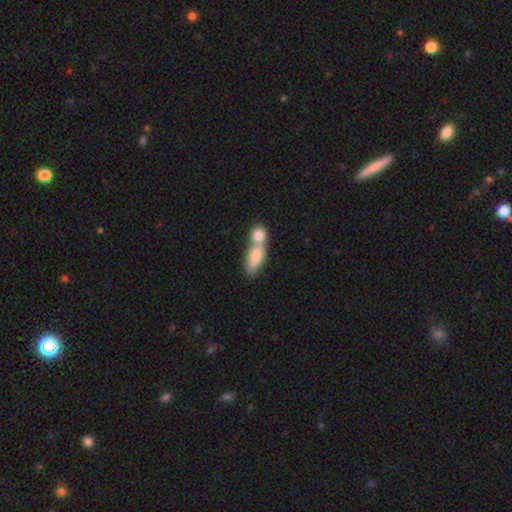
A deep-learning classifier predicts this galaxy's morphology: This appears to be a smooth galaxy with no disk features (77%) that is in between round and cigar-shaped (69%). Merging: merger (63%).